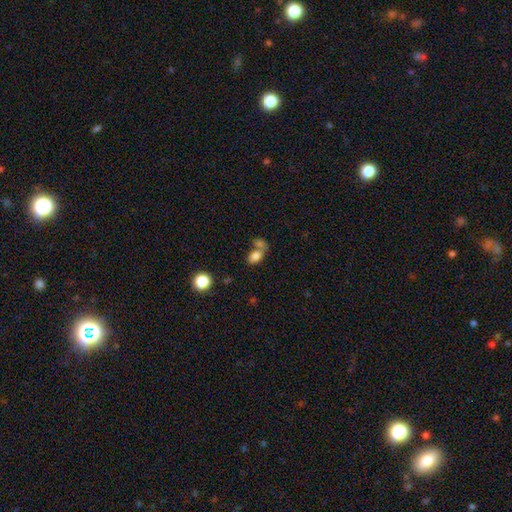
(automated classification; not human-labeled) The model was most divided on "merging": merger: 50%, none: 34%, minor disturbance: 10%, major disturbance: 6%. More confident: how rounded — in between (84%); smooth or featured — smooth (80%).